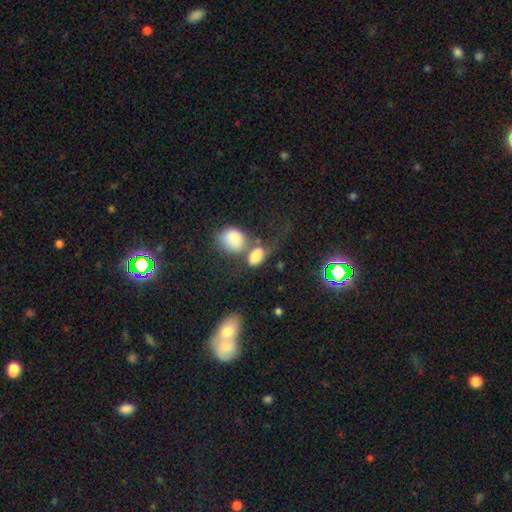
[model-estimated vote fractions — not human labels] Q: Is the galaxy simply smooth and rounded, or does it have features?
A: smooth — 80%.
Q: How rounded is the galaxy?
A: in between — 78%.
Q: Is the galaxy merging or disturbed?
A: merger — 48%.